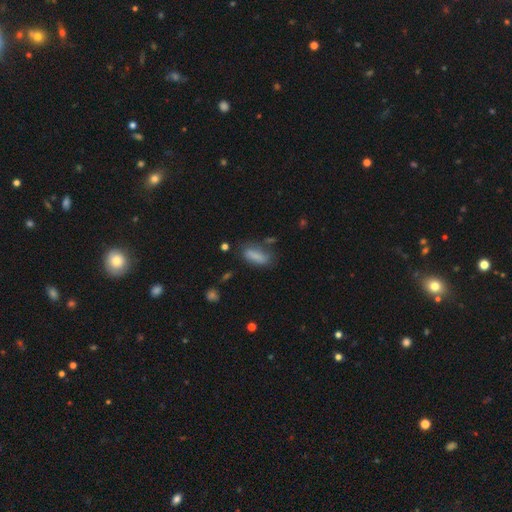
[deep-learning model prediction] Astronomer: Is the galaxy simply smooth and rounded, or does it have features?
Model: smooth — 81%.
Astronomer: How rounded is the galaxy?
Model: in between — 69%.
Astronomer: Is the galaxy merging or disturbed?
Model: none — 57%.